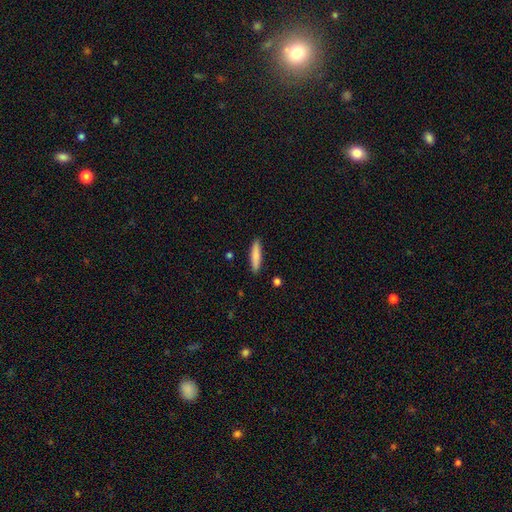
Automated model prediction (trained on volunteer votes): smooth-or-featured: smooth: 82% | featured or disk: 12% | star or artifact: 6%
  how-rounded: cigar-shaped: 82% | in between: 16% | round: 1%
  merging: none: 89% | minor disturbance: 8% | major disturbance: 2% | merger: 1%